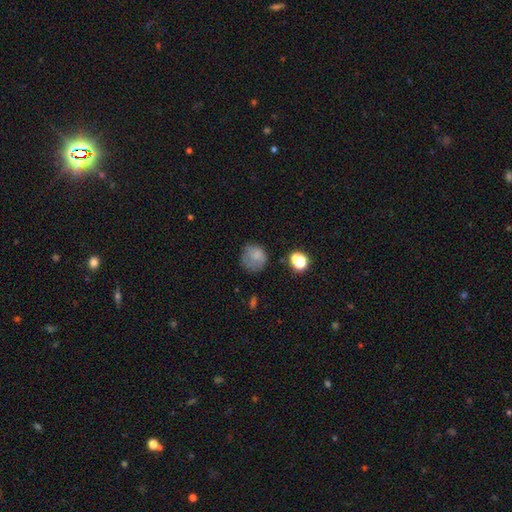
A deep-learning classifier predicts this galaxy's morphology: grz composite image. It shows a smooth galaxy with no disk features (74%) that is round (83%). Merging: none (58%).